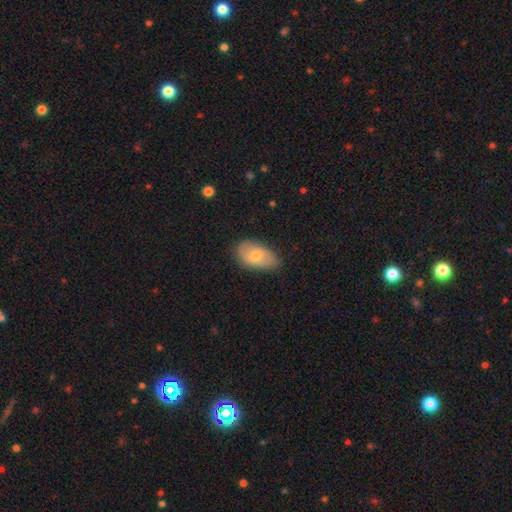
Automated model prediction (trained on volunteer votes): Smooth or featured? smooth (67%)
How rounded? in between (92%)
Merging? none (69%)